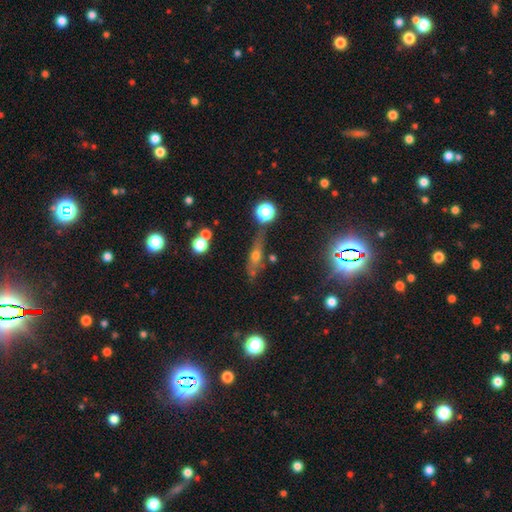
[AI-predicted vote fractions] smooth 47%, featured or disk 39%, star or artifact 14%. Down the decision tree: merging — none (60%).